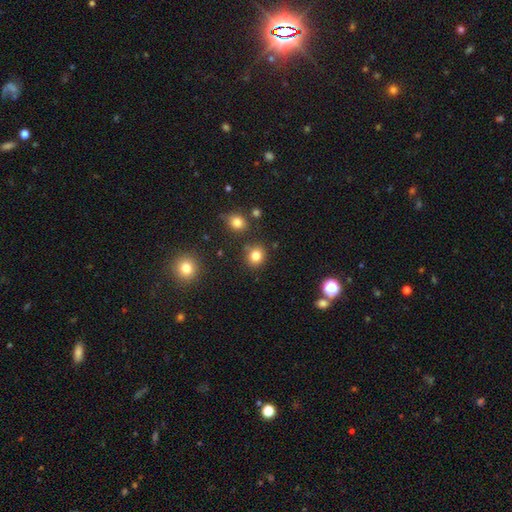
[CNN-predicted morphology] This is clearly a smooth galaxy (82%). How rounded: likely round (79%). Merging: clearly none (83%).